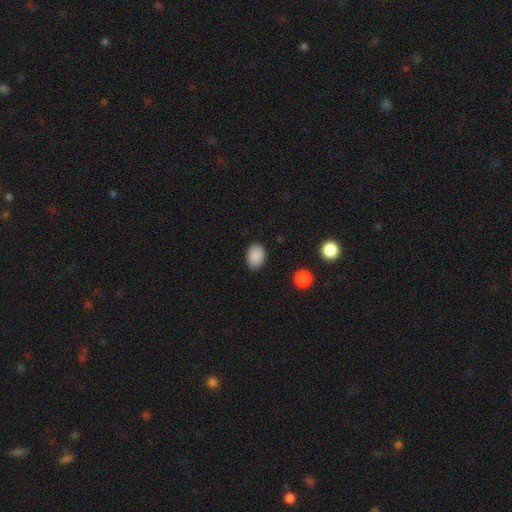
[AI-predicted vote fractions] This appears to be a smooth galaxy with no disk features (89%) that is in between round and cigar-shaped (80%). Merging: none (85%).